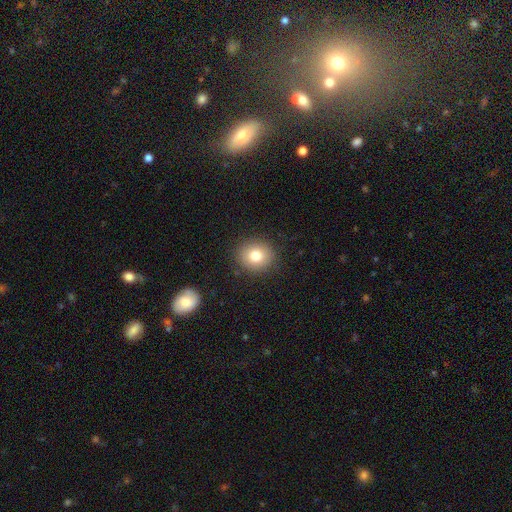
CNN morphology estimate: A smooth galaxy with no disk features (78%) that is round (81%). Merging: none (89%).